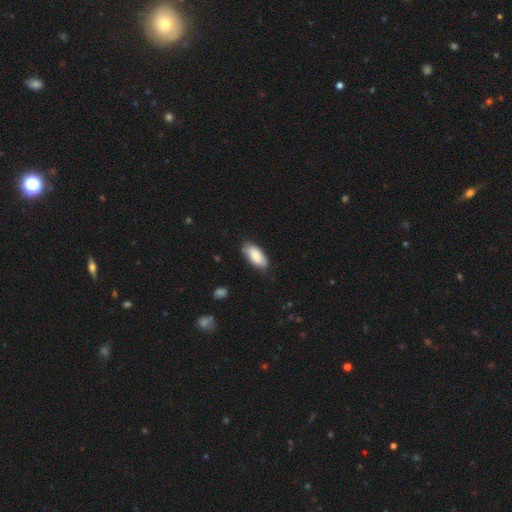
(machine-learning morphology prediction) smooth 85%, featured or disk 10%, star or artifact 6%. Down the decision tree: how rounded — in between (91%); merging — none (76%).